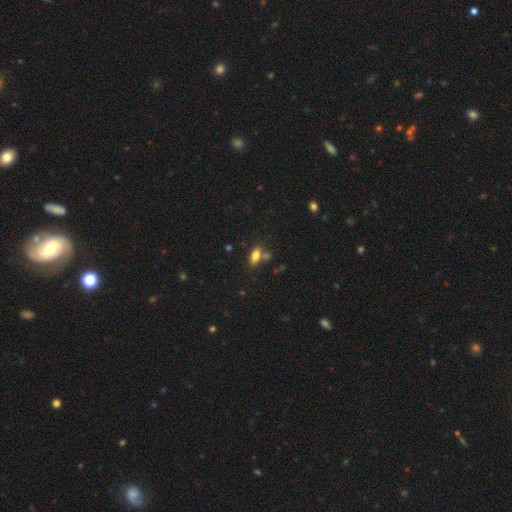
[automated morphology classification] Q: Smooth or featured?
A: smooth (79%); runner-up: featured or disk (11%)
Q: How rounded?
A: in between (87%); runner-up: cigar-shaped (7%)
Q: Merging?
A: none (65%); runner-up: merger (18%)